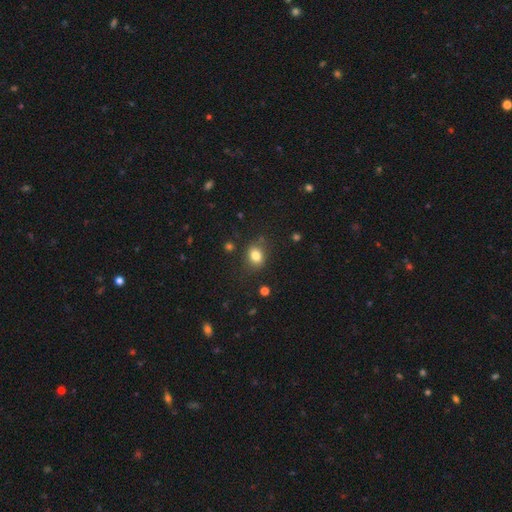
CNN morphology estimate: smooth_or_featured: smooth (p=0.81) [alt: star or artifact p=0.11]
how_rounded: in between (p=0.50) [alt: round p=0.49]
merging: none (p=0.78) [alt: minor disturbance p=0.14]